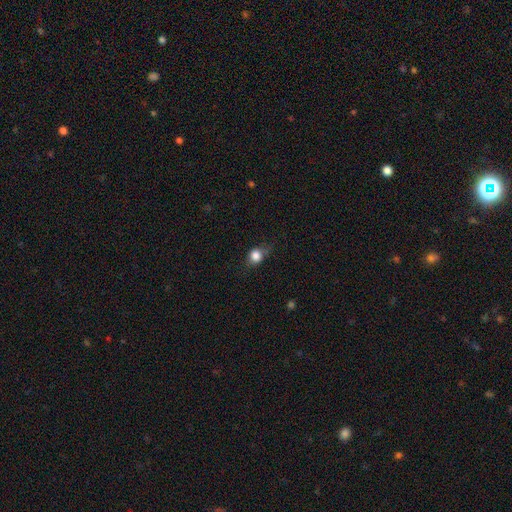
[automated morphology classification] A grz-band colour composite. It shows a smooth galaxy with no disk features (80%) that is round (69%). Merging: none (60%).